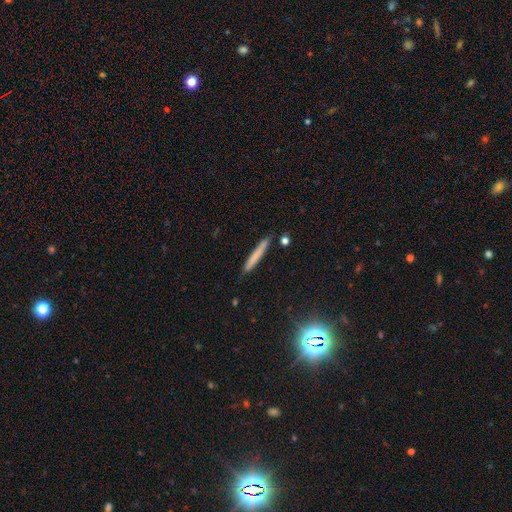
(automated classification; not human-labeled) Smooth or featured?
  - smooth: 68% *
  - featured or disk: 23%
  - star or artifact: 9%
How rounded?
  - cigar-shaped: 96% *
  - in between: 2%
  - round: 1%
Merging?
  - none: 87% *
  - minor disturbance: 9%
  - merger: 2%
  - major disturbance: 2%